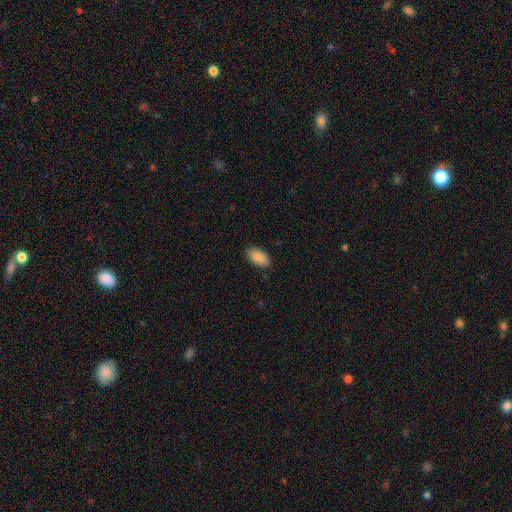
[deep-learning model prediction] The model was most divided on "merging": none: 87%, minor disturbance: 10%, major disturbance: 2%, merger: 1%. More confident: how rounded — in between (95%); smooth or featured — smooth (90%).